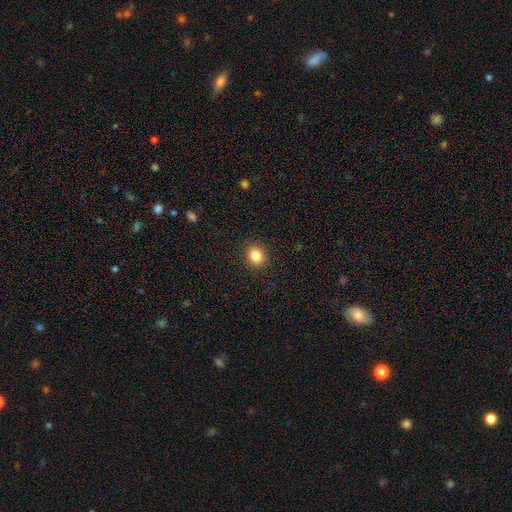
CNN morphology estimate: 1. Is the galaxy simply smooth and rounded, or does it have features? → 84% smooth, 10% star or artifact, 5% featured or disk.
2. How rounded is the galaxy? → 71% round, 28% in between, 1% cigar-shaped.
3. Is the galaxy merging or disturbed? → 90% none, 7% minor disturbance, 2% major disturbance, 1% merger.